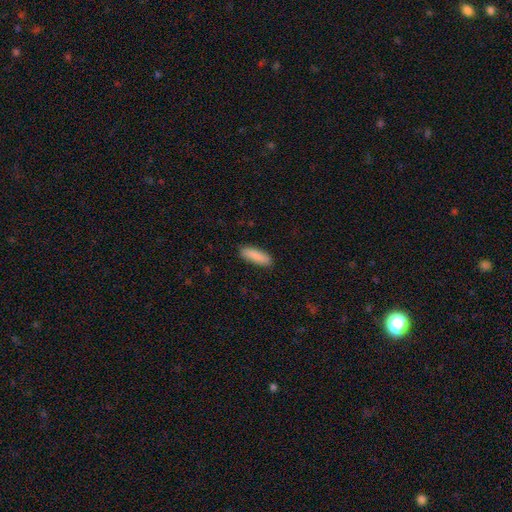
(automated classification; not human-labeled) This appears to be a smooth galaxy with no disk features (88%) that is in between round and cigar-shaped (50%). Merging: none (88%).